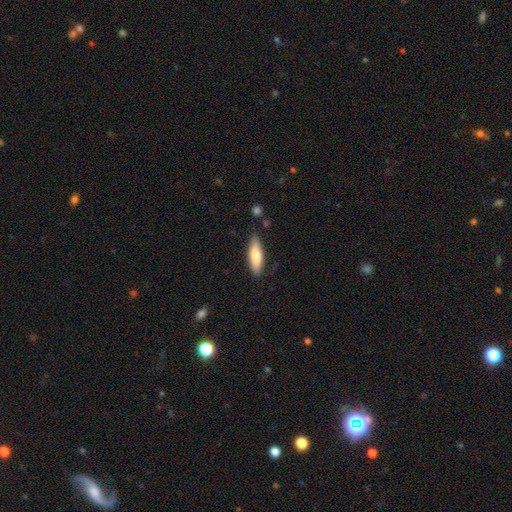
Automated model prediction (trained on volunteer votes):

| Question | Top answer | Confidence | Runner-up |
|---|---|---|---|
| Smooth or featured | smooth | 73% | featured or disk (21%) |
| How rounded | cigar-shaped | 55% | in between (44%) |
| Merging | none | 81% | minor disturbance (15%) |